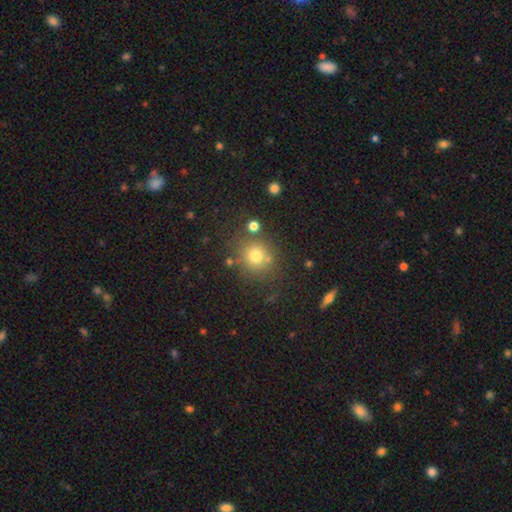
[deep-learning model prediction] smooth_or_featured: smooth (p=0.75) [alt: star or artifact p=0.16]
how_rounded: round (p=0.86) [alt: in between p=0.13]
merging: none (p=0.76) [alt: minor disturbance p=0.11]